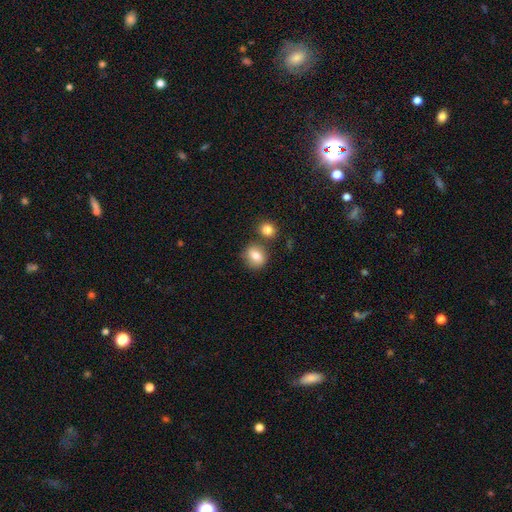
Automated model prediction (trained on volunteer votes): Morphology: type=smooth (79%); roundness=round (73%); merging=none (71%).